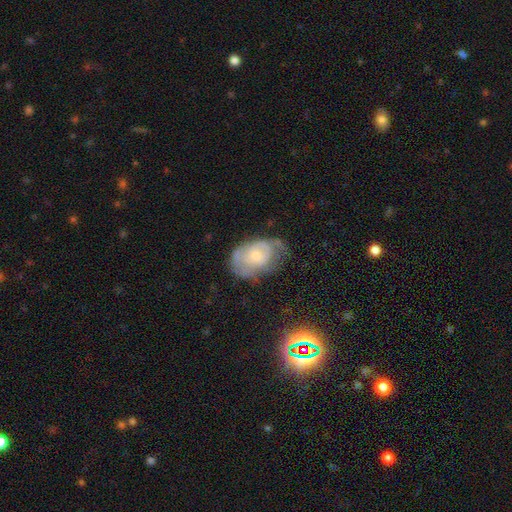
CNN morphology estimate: This appears to be a featured or disk galaxy (56%) with no bar (80%), spiral arms (60%) and a small central bulge (57%). Merging: none (42%).